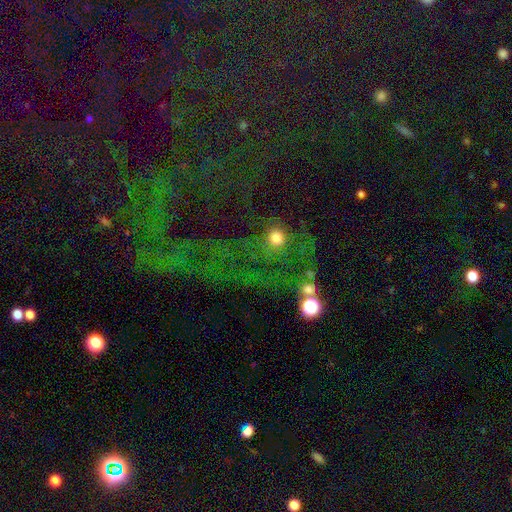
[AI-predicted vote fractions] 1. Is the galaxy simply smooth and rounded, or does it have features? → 72% star or artifact, 16% smooth, 13% featured or disk.